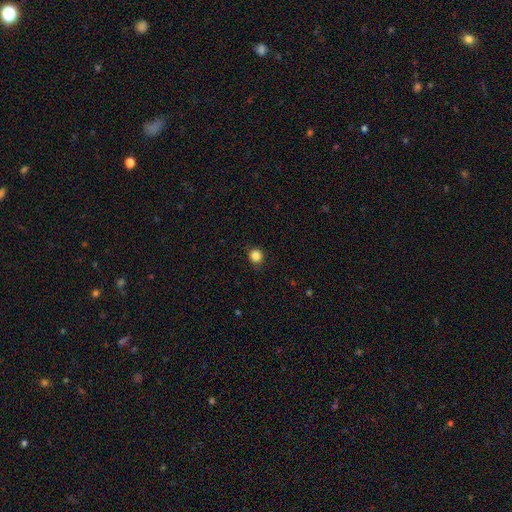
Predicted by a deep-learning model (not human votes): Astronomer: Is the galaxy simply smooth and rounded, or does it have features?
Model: smooth — 85%.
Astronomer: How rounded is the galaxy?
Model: round — 91%.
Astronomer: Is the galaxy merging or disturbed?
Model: none — 88%.